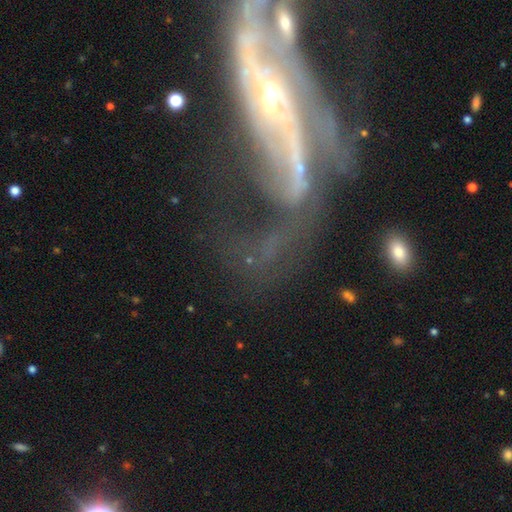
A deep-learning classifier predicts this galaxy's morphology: featured or disk 81%, star or artifact 10%, smooth 9%. Down the decision tree: edge-on disk — no (87%); bar — no (49%); spiral arms — yes (79%); spiral arm count — 2 (54%); spiral winding — loose (55%); bulge size — small (62%); merging — major disturbance (42%).